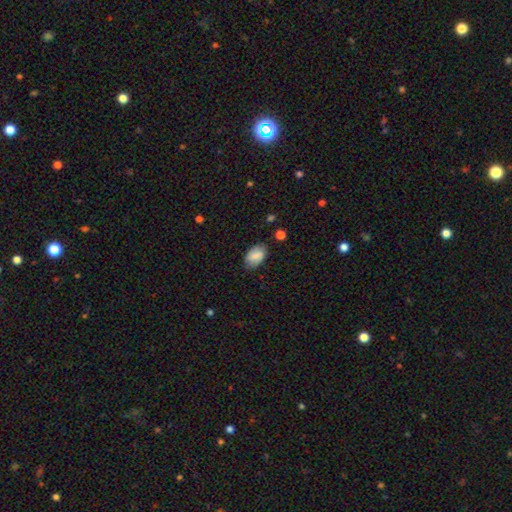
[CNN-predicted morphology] smooth 78%, featured or disk 15%, star or artifact 8%. Down the decision tree: how rounded — in between (91%); merging — none (77%).